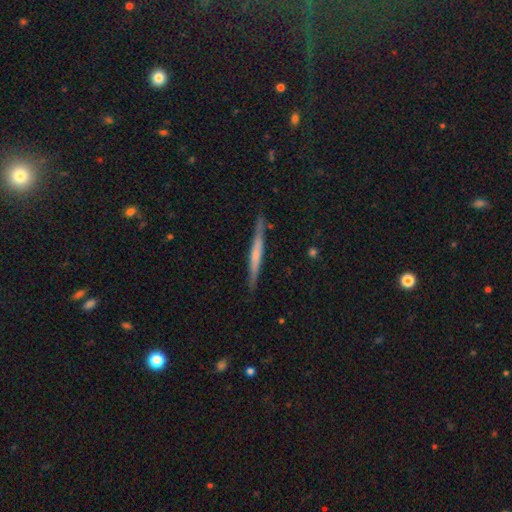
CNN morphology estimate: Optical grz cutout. It shows a featured or disk galaxy (52%) viewed edge-on (96%). Merging: none (88%).